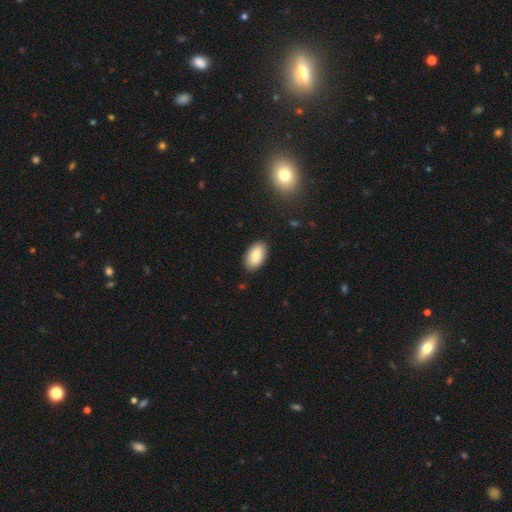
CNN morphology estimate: This appears to be a smooth galaxy with no disk features (81%) that is in between round and cigar-shaped (93%). Merging: none (85%).